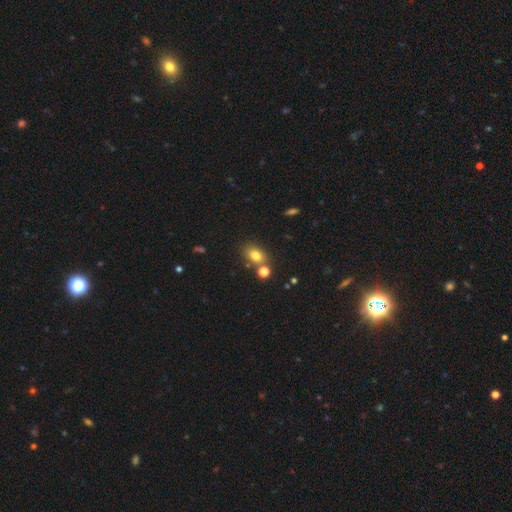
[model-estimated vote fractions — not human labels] Smooth or featured: smooth — 79% (star or artifact — 12%)
How rounded: in between — 70% (round — 29%)
Merging: none — 67% (merger — 18%)